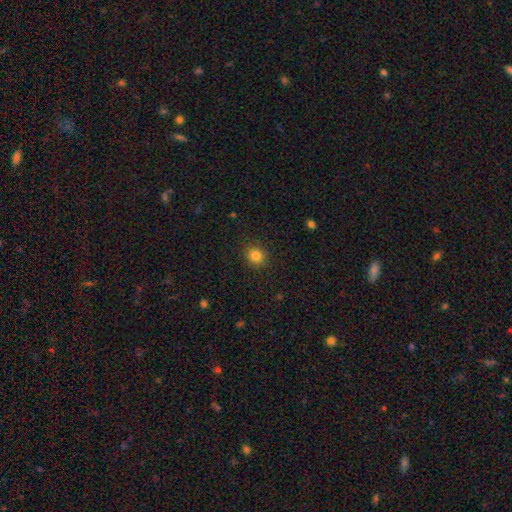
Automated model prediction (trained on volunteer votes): Smooth or featured? Predicted: smooth (p=0.83). How rounded? Predicted: round (p=0.86). Merging? Predicted: none (p=0.90).